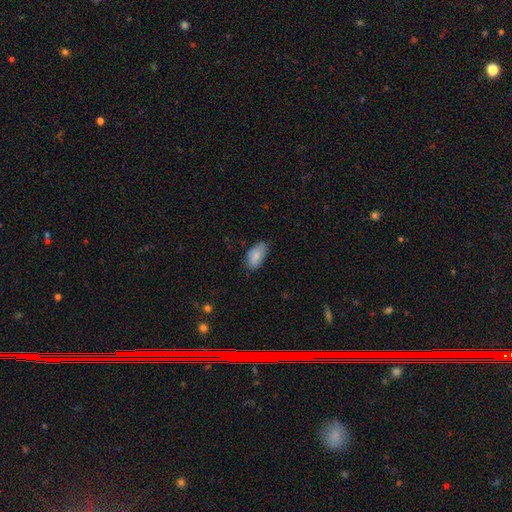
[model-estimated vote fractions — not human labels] Q: Smooth or featured?
A: smooth (84%); runner-up: featured or disk (10%)
Q: How rounded?
A: in between (93%); runner-up: cigar-shaped (4%)
Q: Merging?
A: none (68%); runner-up: minor disturbance (26%)